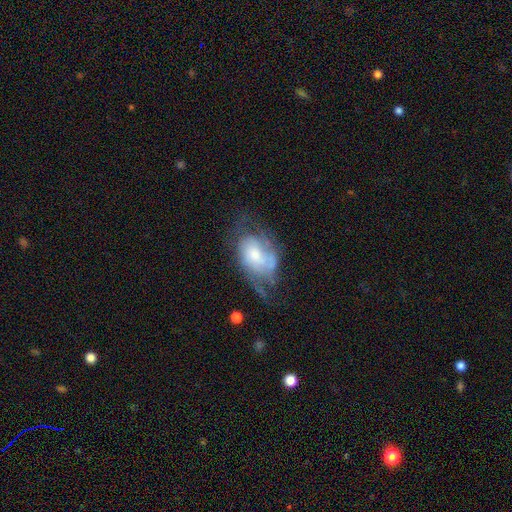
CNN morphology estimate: smooth-or-featured: featured or disk: 57% | smooth: 35% | star or artifact: 8%
  disk-edge-on: no: 96% | yes: 4%
    bar: no: 72% | weak: 23% | strong: 4%
    has-spiral-arms: yes: 67% | no: 33%
    bulge-size: moderate: 40% (tied) | small: 40% (tied) | large: 12% | none: 6% | dominant: 2%
  merging: none: 34% (tied) | major disturbance: 34% (tied) | minor disturbance: 28% | merger: 4%